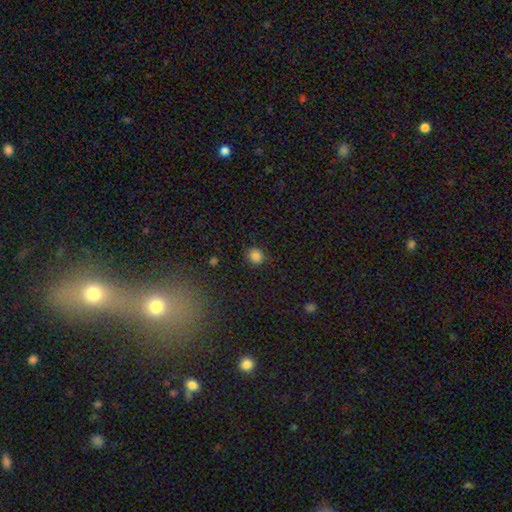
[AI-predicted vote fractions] Overall: smooth (83%). How rounded: round (74%). Merging: none (83%).